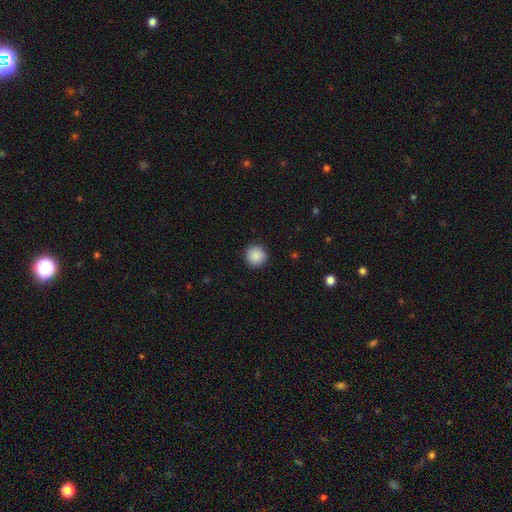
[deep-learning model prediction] Smooth or featured? smooth (89%)
How rounded? round (95%)
Merging? none (92%)